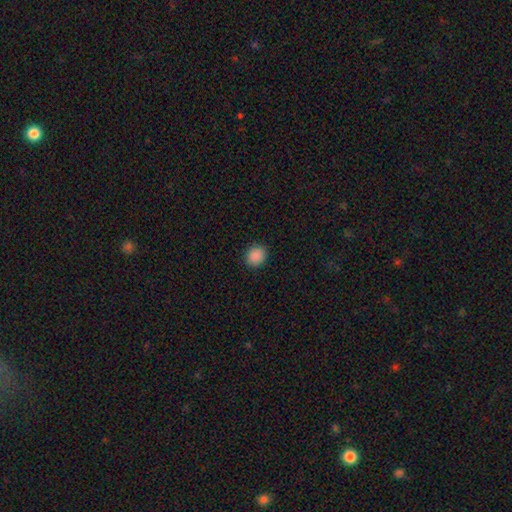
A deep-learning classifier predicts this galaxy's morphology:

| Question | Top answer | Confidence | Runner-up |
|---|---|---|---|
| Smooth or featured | smooth | 88% | star or artifact (9%) |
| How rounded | round | 69% | in between (30%) |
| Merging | none | 90% | minor disturbance (7%) |